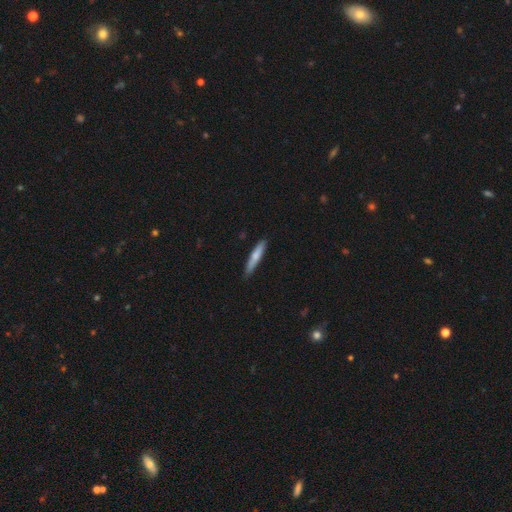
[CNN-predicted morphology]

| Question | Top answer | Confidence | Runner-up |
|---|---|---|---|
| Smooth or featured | smooth | 71% | featured or disk (23%) |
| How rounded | cigar-shaped | 91% | in between (8%) |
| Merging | none | 84% | minor disturbance (13%) |